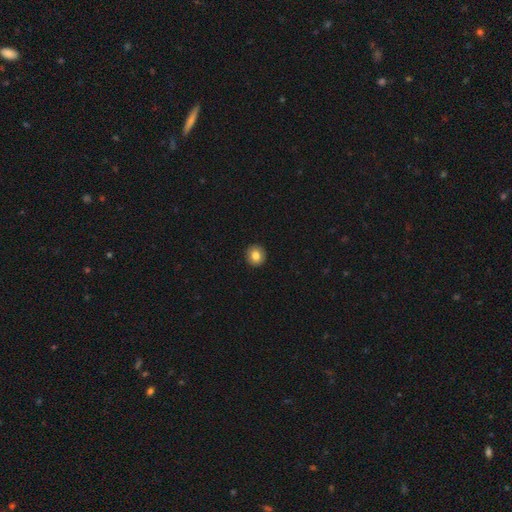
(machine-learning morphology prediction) smooth_or_featured: smooth (p=0.82) [alt: featured or disk p=0.10]
how_rounded: round (p=0.91) [alt: in between p=0.08]
merging: none (p=0.93) [alt: minor disturbance p=0.05]